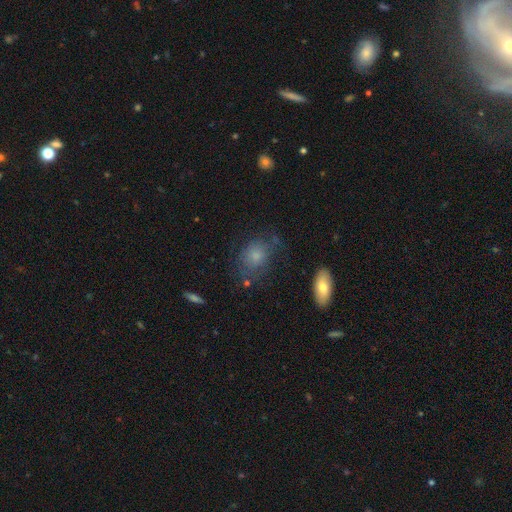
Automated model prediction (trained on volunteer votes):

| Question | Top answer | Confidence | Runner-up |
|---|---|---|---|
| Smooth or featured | smooth | 72% | featured or disk (17%) |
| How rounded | in between | 55% | round (43%) |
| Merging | none | 61% | minor disturbance (23%) |